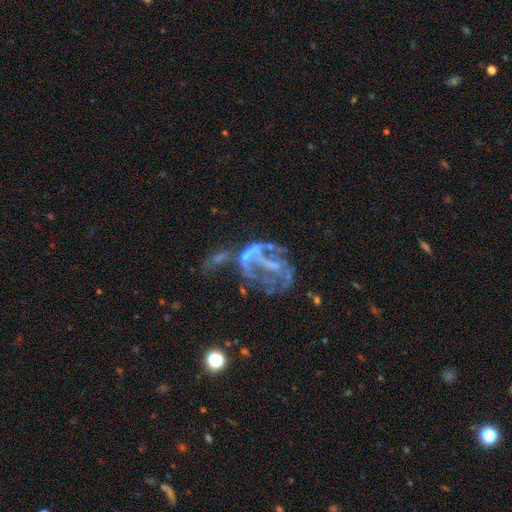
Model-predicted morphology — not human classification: Smooth or featured? featured or disk (74%)
Edge-on disk? no (97%)
Bar? no (60%)
Spiral arms? no (62%)
Bulge size? none (62%)
Merging? major disturbance (40%)